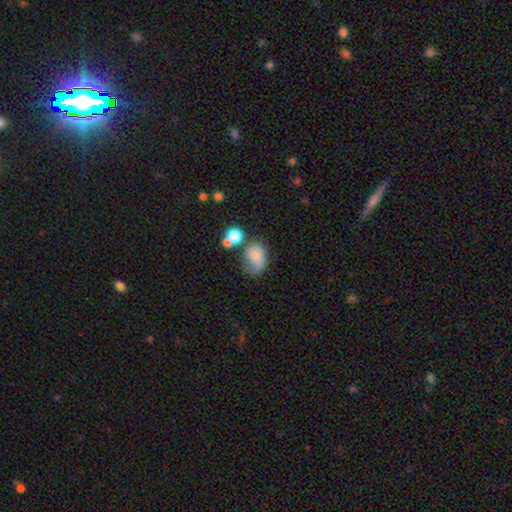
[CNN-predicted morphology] type=smooth (66%); roundness=in between (65%); merging=none (29%).